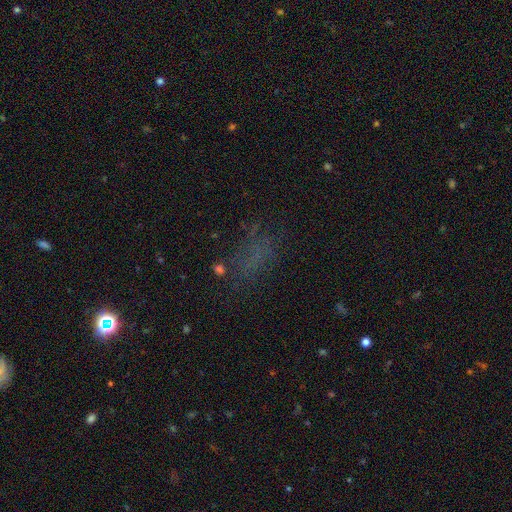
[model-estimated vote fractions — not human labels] This appears to be a smooth galaxy with no disk features (45%). Merging: none (56%).